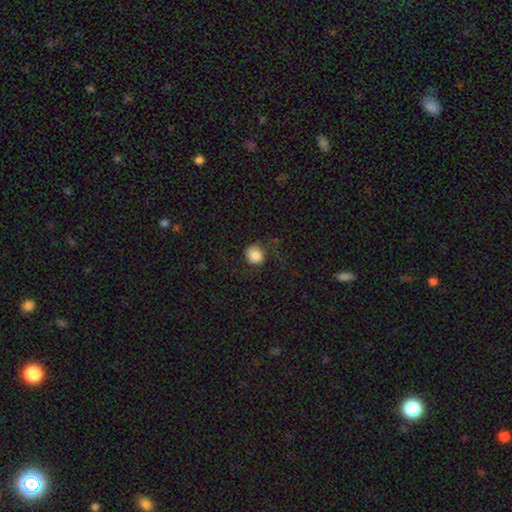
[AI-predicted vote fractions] This appears to be a smooth galaxy with no disk features (80%) that is round (85%). Merging: none (66%).